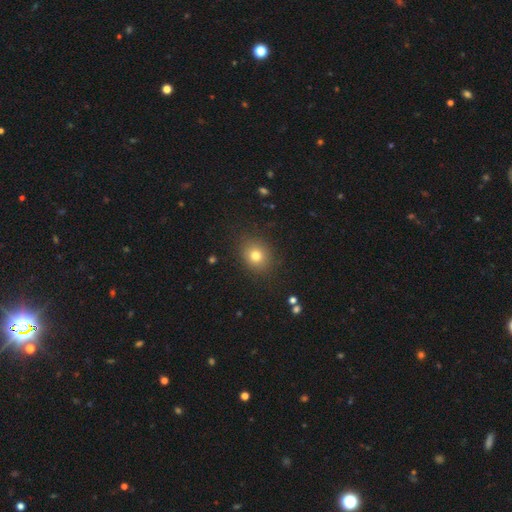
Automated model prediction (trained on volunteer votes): smooth 78%, star or artifact 13%, featured or disk 8%. Down the decision tree: how rounded — round (76%); merging — none (87%).